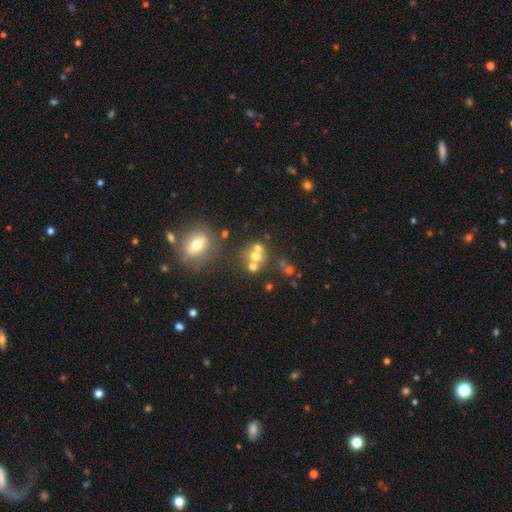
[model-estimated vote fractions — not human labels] A smooth galaxy with no disk features (56%) that is round (76%).

Vote fractions:
- Smooth or featured? smooth: 56% / featured or disk: 25% / star or artifact: 18%
- How rounded? round: 76% / in between: 22% / cigar-shaped: 1%
- Merging? merger: 46% / none: 41% / minor disturbance: 8% / major disturbance: 5%